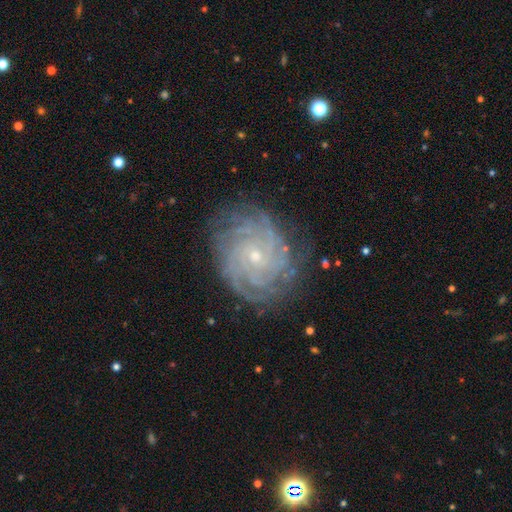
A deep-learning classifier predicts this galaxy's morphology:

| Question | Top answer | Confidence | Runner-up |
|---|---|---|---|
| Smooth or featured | featured or disk | 85% | smooth (7%) |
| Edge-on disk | no | 97% | yes (3%) |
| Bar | no | 74% | weak (21%) |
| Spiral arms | yes | 97% | no (3%) |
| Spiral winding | tight | 79% | medium (18%) |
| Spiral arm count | can't tell | 27% | more than 4 (25%) |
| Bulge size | small | 79% | moderate (18%) |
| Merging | none | 81% | minor disturbance (13%) |